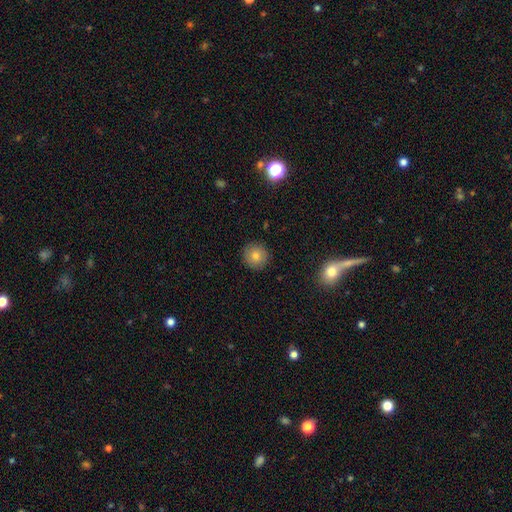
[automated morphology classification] smooth 79%, star or artifact 11%, featured or disk 10%. Down the decision tree: how rounded — round (94%); merging — none (91%).